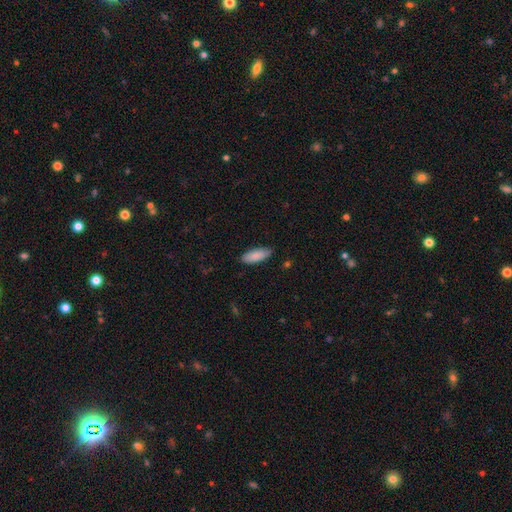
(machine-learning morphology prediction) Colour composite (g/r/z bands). It shows a smooth galaxy with no disk features (88%) that is in between round and cigar-shaped (75%). Merging: none (85%).